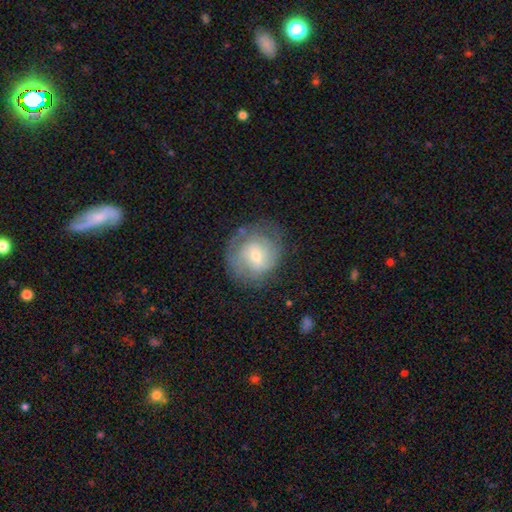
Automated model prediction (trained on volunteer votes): A featured or disk galaxy (59%) with no bar (55%), spiral arms (76%) and a small central bulge (52%).

Vote fractions:
- Smooth or featured? featured or disk: 59% / smooth: 33% / star or artifact: 8%
- Edge-on disk? no: 97% / yes: 3%
- Bar? no: 55% / weak: 38% / strong: 7%
- Spiral arms? yes: 76% / no: 24%
- Bulge size? small: 52% / moderate: 44% / large: 3% / none: 1% / dominant: 1%
- Merging? none: 69% / minor disturbance: 19% / major disturbance: 10% / merger: 1%